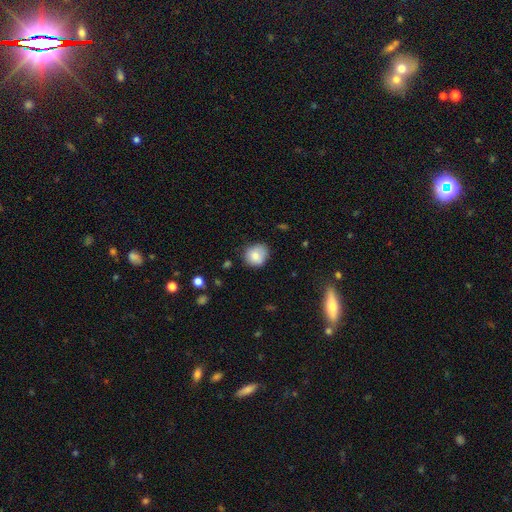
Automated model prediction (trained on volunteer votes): This appears to be a smooth galaxy with no disk features (82%) that is round (75%). Merging: none (67%).